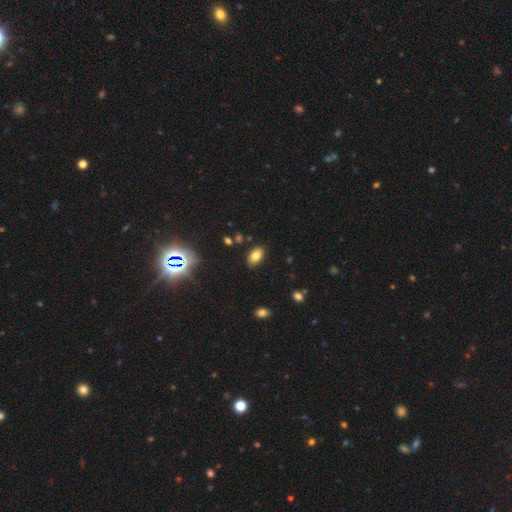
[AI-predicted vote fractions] Q: Smooth or featured?
A: smooth (79%); runner-up: star or artifact (12%)
Q: How rounded?
A: in between (92%); runner-up: round (6%)
Q: Merging?
A: none (86%); runner-up: minor disturbance (9%)